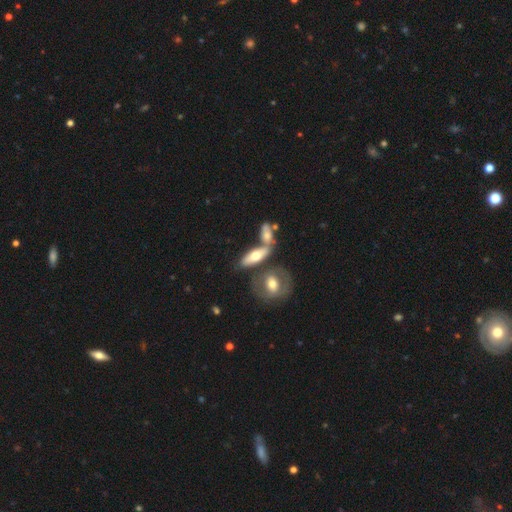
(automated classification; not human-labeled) The model was most divided on "merging": none: 47%, merger: 35%, minor disturbance: 12%, major disturbance: 6%. More confident: how rounded — in between (67%); smooth or featured — smooth (54%).